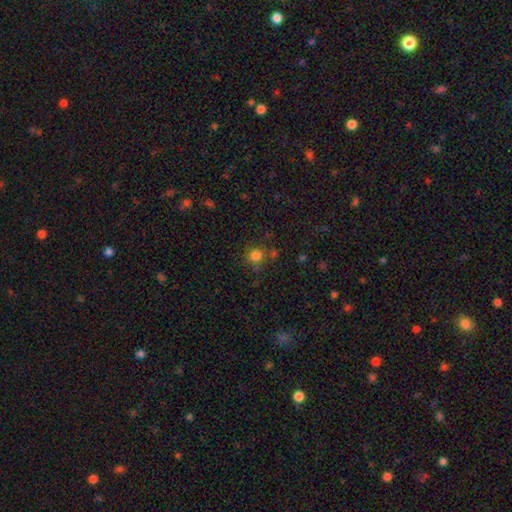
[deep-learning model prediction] Morphology: type=smooth (80%); roundness=round (90%); merging=none (75%).